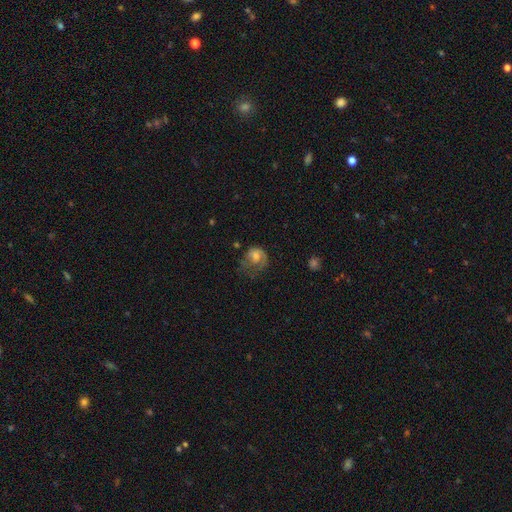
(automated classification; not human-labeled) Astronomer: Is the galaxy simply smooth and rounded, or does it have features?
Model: smooth — 49% (runner-up: featured or disk, 43%).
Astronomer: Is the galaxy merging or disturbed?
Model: major disturbance — 40% (runner-up: none, 32%).